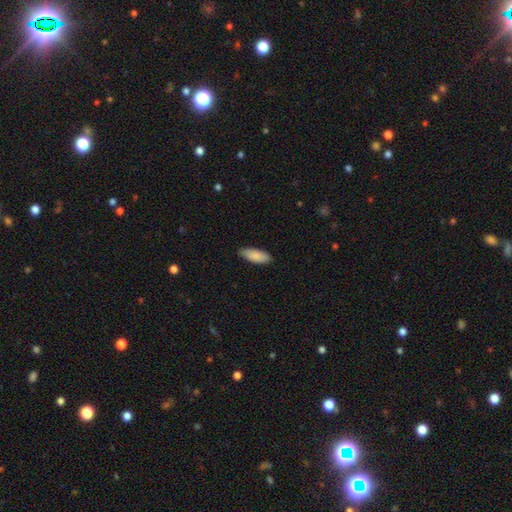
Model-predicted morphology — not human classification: This appears to be a smooth galaxy with no disk features (88%) that is in between round and cigar-shaped (74%). Merging: none (86%).